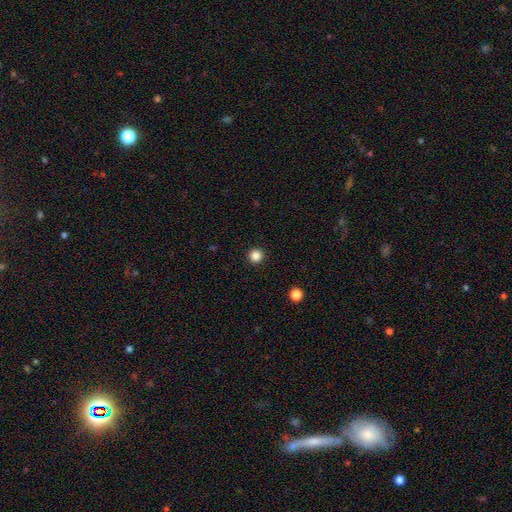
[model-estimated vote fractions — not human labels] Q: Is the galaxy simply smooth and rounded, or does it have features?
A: smooth — 85%.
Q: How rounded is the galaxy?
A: round — 96%.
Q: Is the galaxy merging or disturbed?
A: none — 93%.